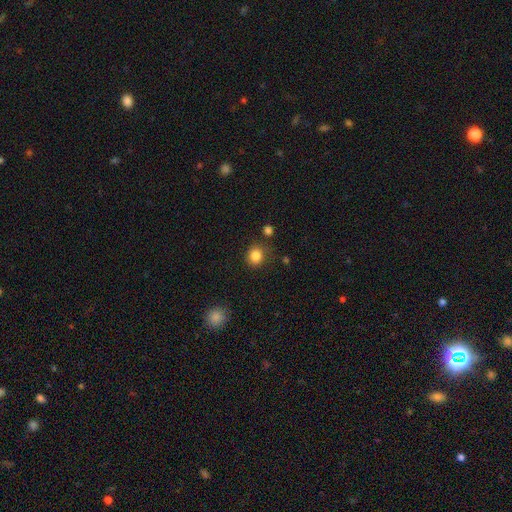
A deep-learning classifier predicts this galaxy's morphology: smooth_or_featured: smooth (p=0.85) [alt: star or artifact p=0.11]
how_rounded: round (p=0.82) [alt: in between p=0.17]
merging: none (p=0.78) [alt: minor disturbance p=0.14]